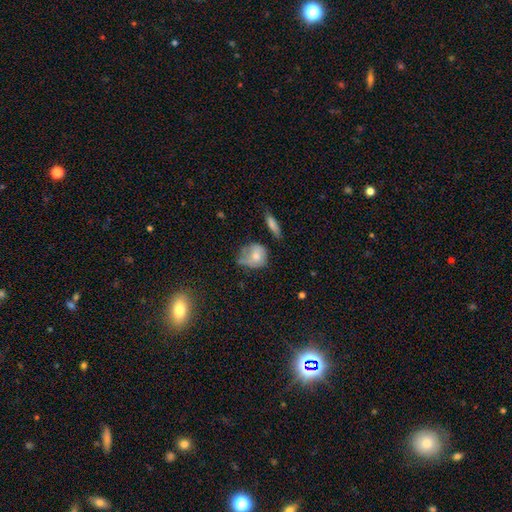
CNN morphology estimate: smooth 67%, featured or disk 24%, star or artifact 9%. Down the decision tree: how rounded — round (60%); merging — minor disturbance (34%).